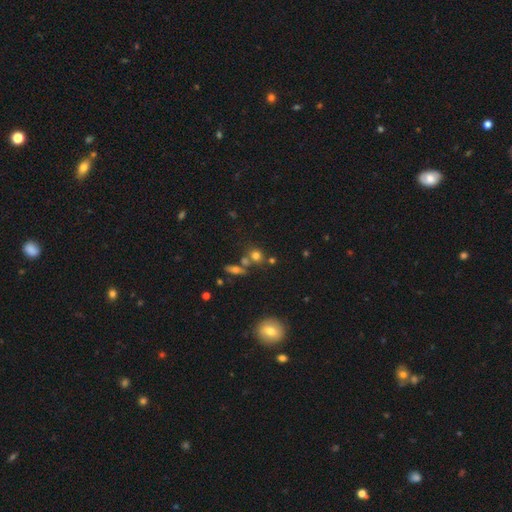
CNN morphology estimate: Q: Smooth or featured?
A: smooth (72%); runner-up: star or artifact (16%)
Q: How rounded?
A: round (76%); runner-up: in between (21%)
Q: Merging?
A: none (61%); runner-up: merger (24%)